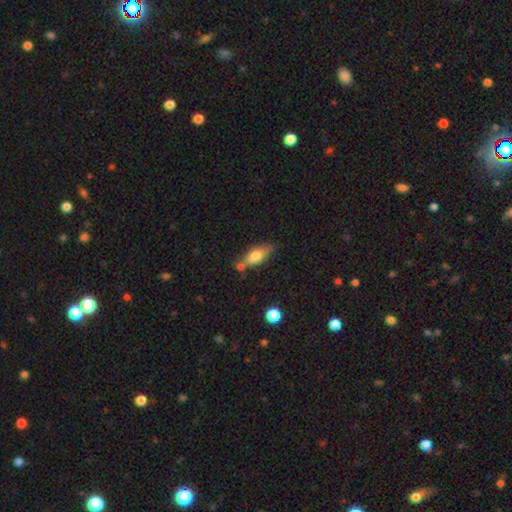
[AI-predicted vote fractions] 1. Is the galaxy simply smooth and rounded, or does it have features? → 70% smooth, 23% featured or disk, 7% star or artifact.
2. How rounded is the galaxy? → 75% in between, 20% cigar-shaped, 4% round.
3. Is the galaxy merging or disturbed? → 60% none, 19% minor disturbance, 17% merger, 5% major disturbance.